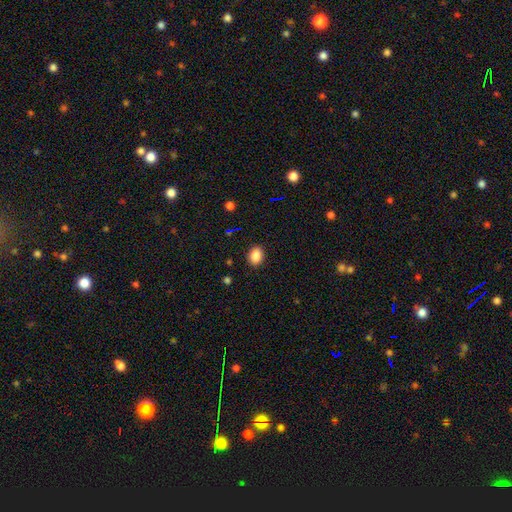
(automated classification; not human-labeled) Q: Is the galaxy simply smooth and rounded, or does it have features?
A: smooth — 86%.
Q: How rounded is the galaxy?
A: in between — 62%.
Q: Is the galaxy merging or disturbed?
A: none — 89%.